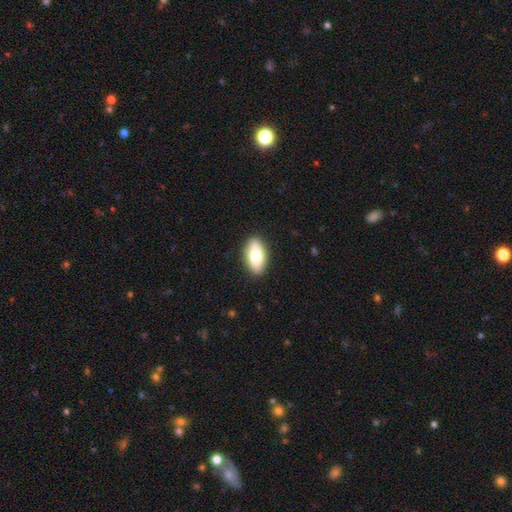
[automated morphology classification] This is likely a smooth galaxy (75%). How rounded: clearly in between (90%). Merging: clearly none (88%).